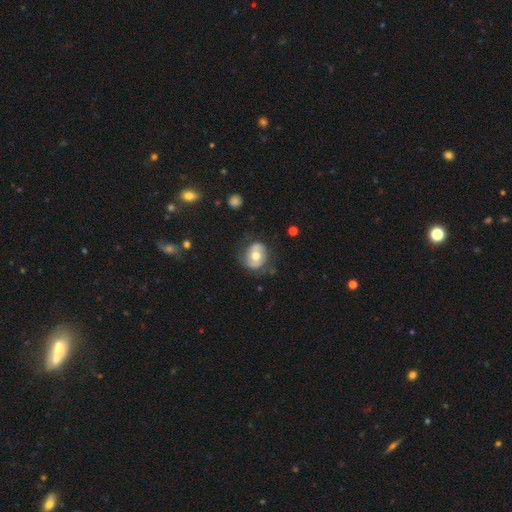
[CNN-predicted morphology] smooth_or_featured: featured or disk (p=0.50) [alt: smooth p=0.43]
merging: none (p=0.66) [alt: minor disturbance p=0.22]